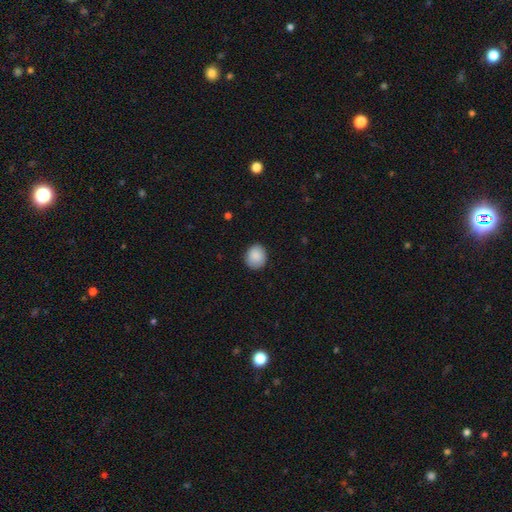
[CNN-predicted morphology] Q: Smooth or featured?
A: smooth (89%); runner-up: star or artifact (7%)
Q: How rounded?
A: round (76%); runner-up: in between (24%)
Q: Merging?
A: none (87%); runner-up: minor disturbance (10%)